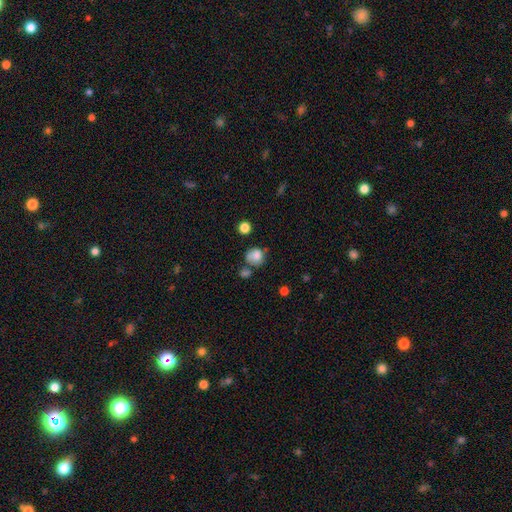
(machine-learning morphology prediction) Smooth or featured? Predicted: smooth (p=0.74). How rounded? Predicted: round (p=0.73). Merging? Predicted: none (p=0.45).